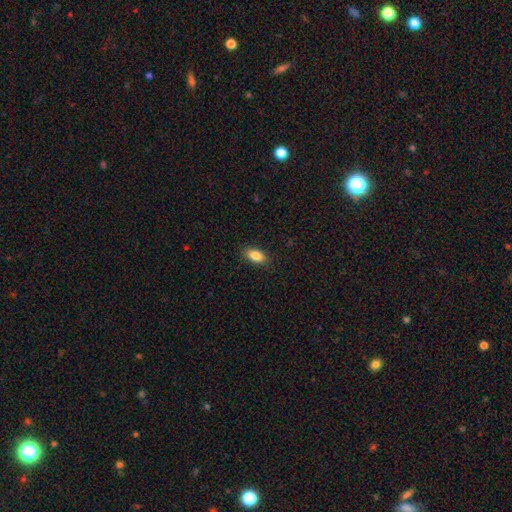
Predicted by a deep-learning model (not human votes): The model was most divided on "smooth or featured": smooth: 85%, featured or disk: 8%, star or artifact: 8%. More confident: how rounded — in between (89%); merging — none (88%).